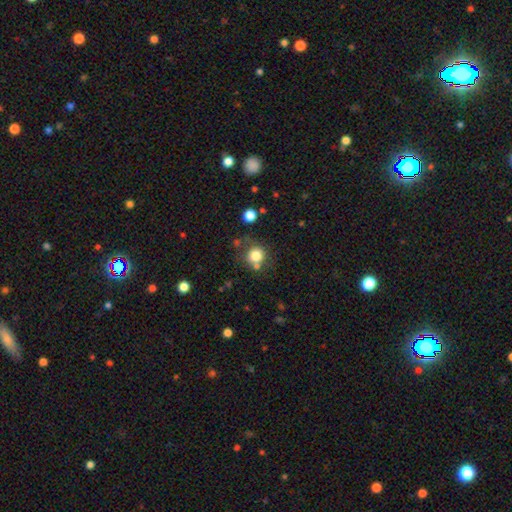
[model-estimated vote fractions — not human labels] Smooth or featured? Predicted: smooth (p=0.79). How rounded? Predicted: round (p=0.89). Merging? Predicted: none (p=0.66).